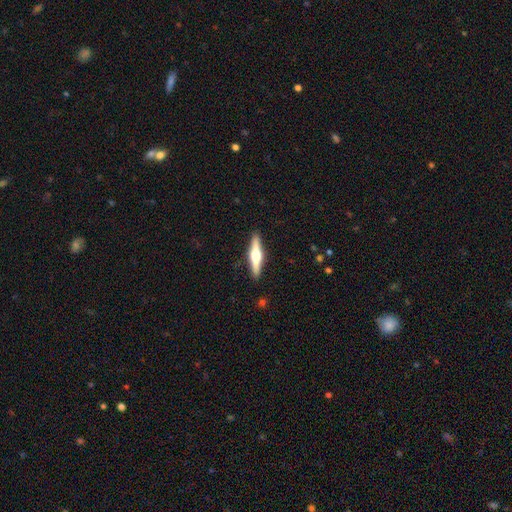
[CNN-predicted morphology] Smooth or featured: featured or disk — 69% (smooth — 26%)
Edge-on disk: yes — 97% (no — 3%)
Edge-on bulge: rounded — 95% (boxy — 3%)
Merging: none — 91% (minor disturbance — 6%)